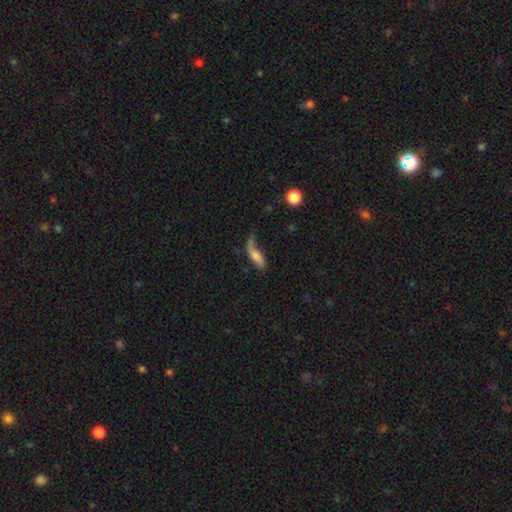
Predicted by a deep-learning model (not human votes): smooth_or_featured: smooth (p=0.58) [alt: featured or disk p=0.35]
how_rounded: in between (p=0.55) [alt: cigar-shaped p=0.42]
merging: none (p=0.36) [alt: minor disturbance p=0.31]